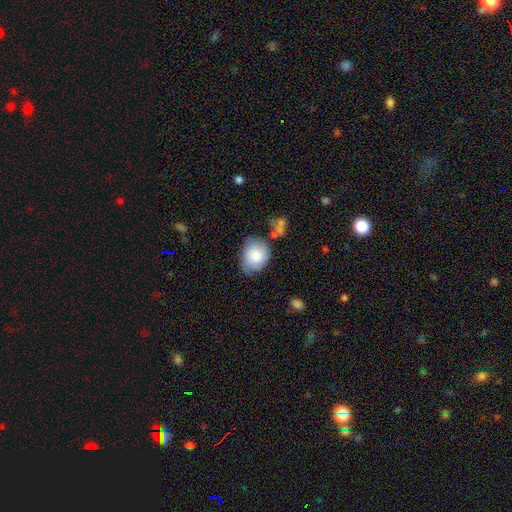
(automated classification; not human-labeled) smooth_or_featured: smooth (p=0.76) [alt: featured or disk p=0.17]
how_rounded: in between (p=0.50) [alt: round p=0.49]
merging: none (p=0.59) [alt: minor disturbance p=0.28]